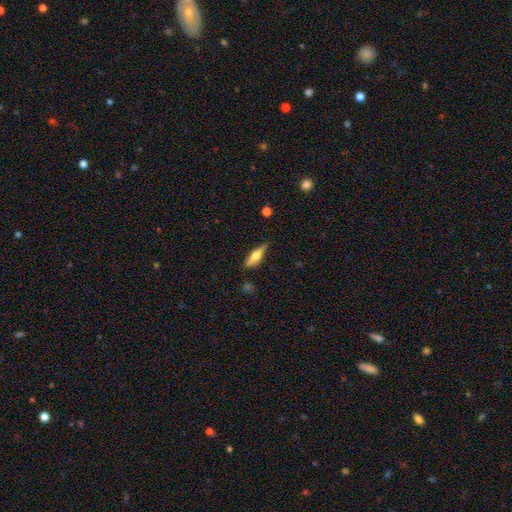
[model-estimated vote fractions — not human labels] A smooth galaxy with no disk features (53%) that is cigar-shaped (57%). Merging: none (71%).